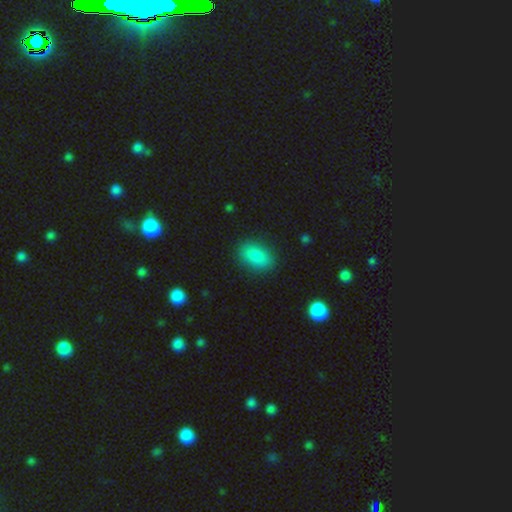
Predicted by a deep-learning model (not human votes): Q: Smooth or featured?
A: smooth (87%); runner-up: star or artifact (8%)
Q: How rounded?
A: in between (87%); runner-up: round (10%)
Q: Merging?
A: none (86%); runner-up: minor disturbance (10%)